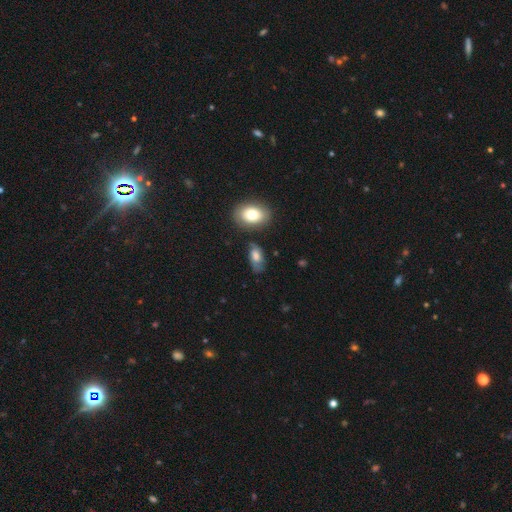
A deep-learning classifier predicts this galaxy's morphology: This appears to be a smooth galaxy with no disk features (60%) that is in between round and cigar-shaped (90%). Merging: none (57%).